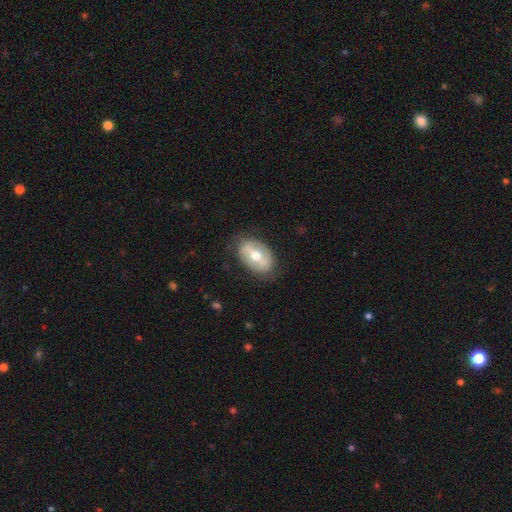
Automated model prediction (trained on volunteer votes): Smooth or featured? featured or disk (52%)
Edge-on disk? no (87%)
Merging? none (79%)